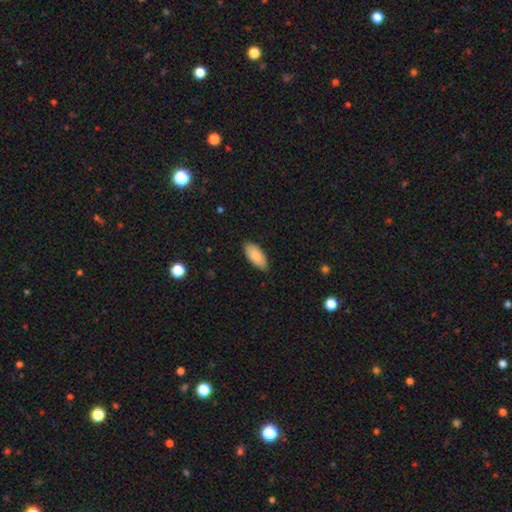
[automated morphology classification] smooth 87%, featured or disk 8%, star or artifact 6%. Down the decision tree: how rounded — in between (91%); merging — none (78%).